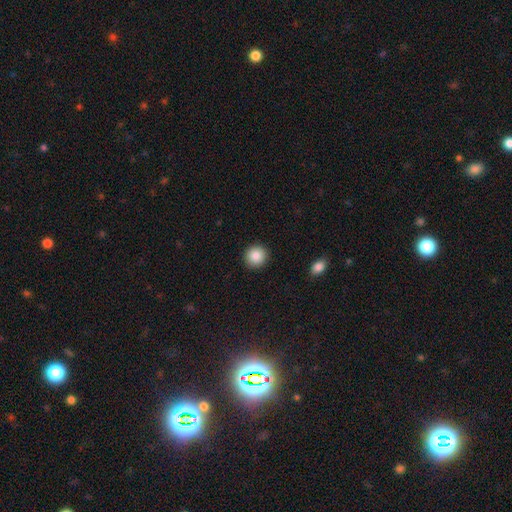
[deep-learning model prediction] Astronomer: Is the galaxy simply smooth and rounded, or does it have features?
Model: smooth — 87%.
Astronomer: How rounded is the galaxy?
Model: round — 90%.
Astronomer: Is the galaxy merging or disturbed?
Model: none — 92%.